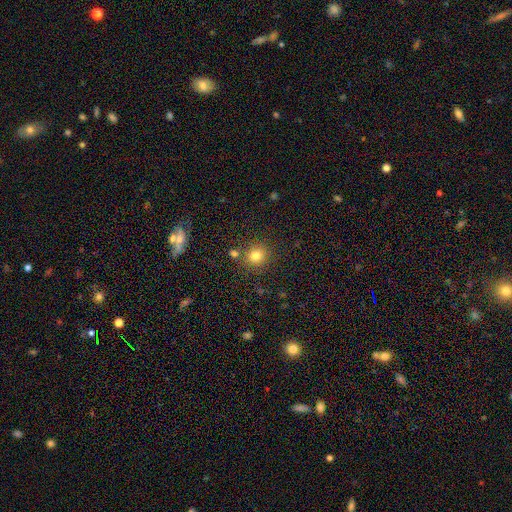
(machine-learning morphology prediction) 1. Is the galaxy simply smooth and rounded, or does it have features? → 79% smooth, 14% star or artifact, 7% featured or disk.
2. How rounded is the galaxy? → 86% round, 13% in between, 1% cigar-shaped.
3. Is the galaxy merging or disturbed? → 80% none, 9% minor disturbance, 8% merger, 3% major disturbance.